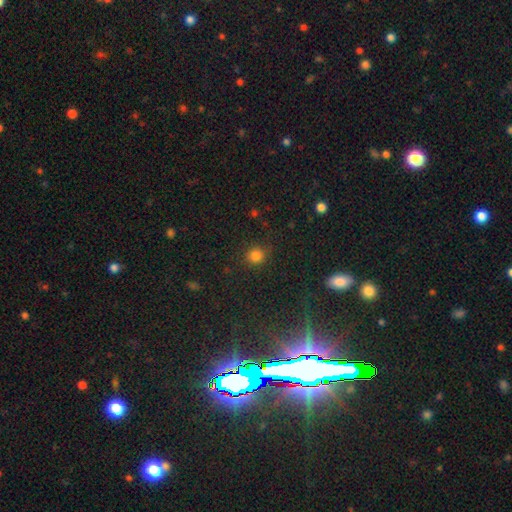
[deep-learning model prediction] Smooth or featured: smooth — 81% (star or artifact — 14%)
How rounded: round — 89% (in between — 10%)
Merging: none — 86% (minor disturbance — 9%)